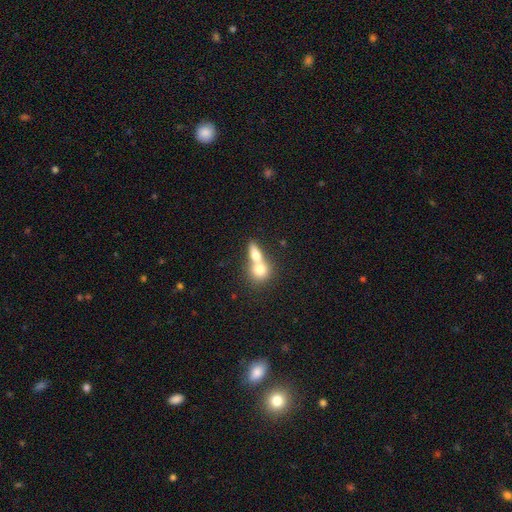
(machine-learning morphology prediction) A smooth galaxy with no disk features (70%) that is in between round and cigar-shaped (47%).

Vote fractions:
- Smooth or featured? smooth: 70% / featured or disk: 22% / star or artifact: 7%
- How rounded? in between: 47% / round: 42% / cigar-shaped: 11%
- Merging? merger: 70% / none: 21% / minor disturbance: 6% / major disturbance: 3%